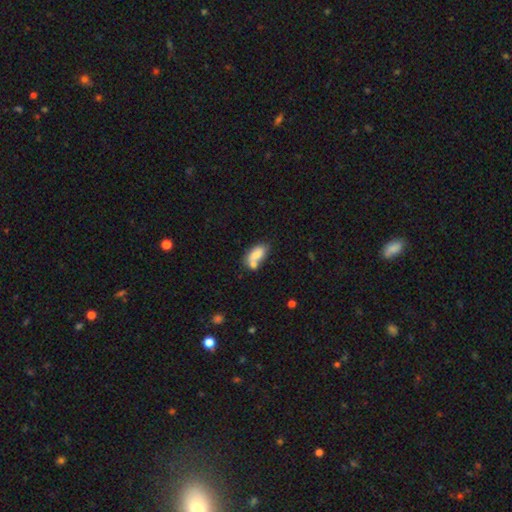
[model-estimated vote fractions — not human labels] Morphology: type=smooth (75%); roundness=in between (86%); merging=merger (40%).